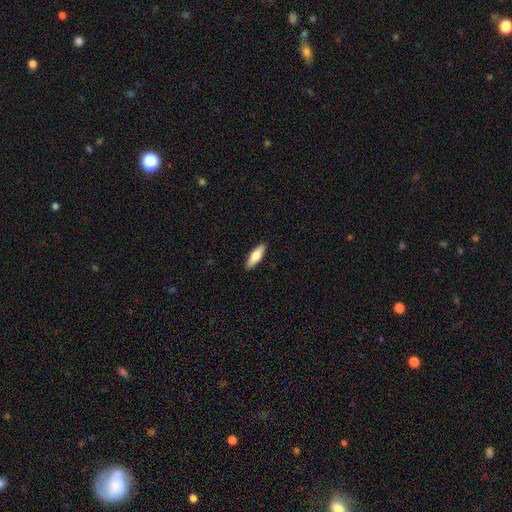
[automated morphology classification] smooth-or-featured: smooth: 68% | featured or disk: 26% | star or artifact: 6%
  how-rounded: in between: 55% | cigar-shaped: 43% | round: 2%
  merging: none: 90% | minor disturbance: 8% | major disturbance: 2% | merger: 1%